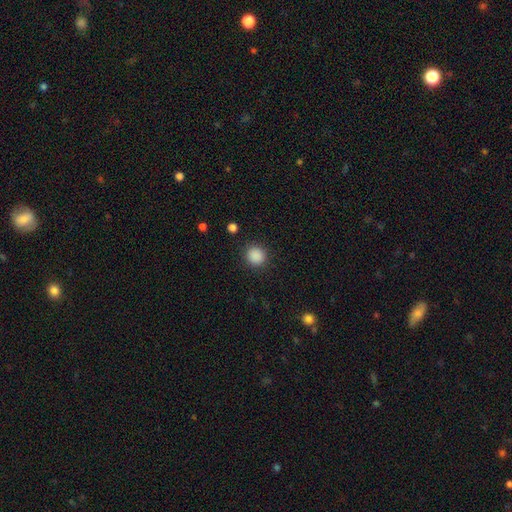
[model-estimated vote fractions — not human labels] A smooth galaxy with no disk features (88%) that is round (91%). Merging: none (89%).